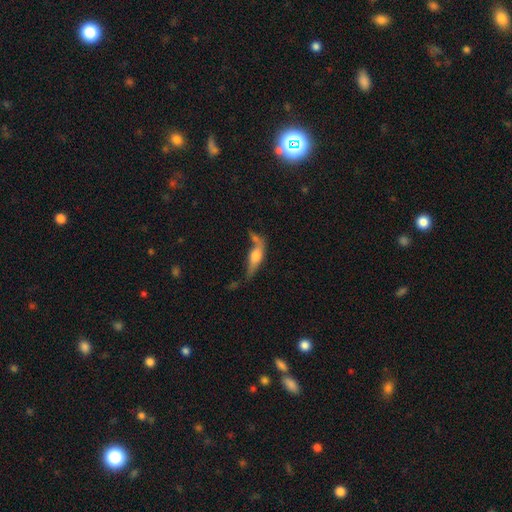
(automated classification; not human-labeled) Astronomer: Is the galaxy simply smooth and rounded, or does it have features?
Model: smooth — 48% (runner-up: featured or disk, 44%).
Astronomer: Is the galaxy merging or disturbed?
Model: none — 42% (runner-up: merger, 25%).